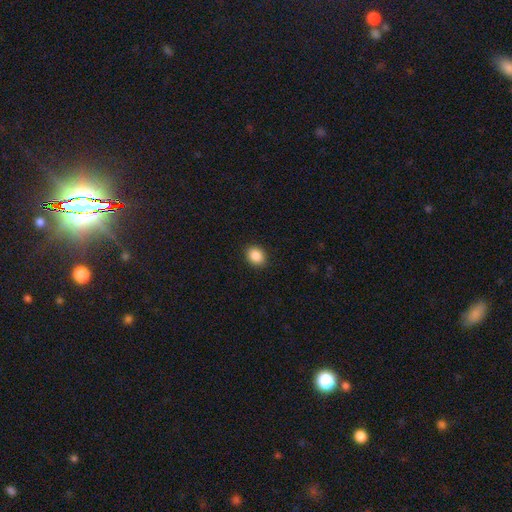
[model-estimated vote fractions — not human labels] Smooth or featured?
  - smooth: 88% *
  - star or artifact: 9%
  - featured or disk: 4%
How rounded?
  - round: 55% *
  - in between: 44%
  - cigar-shaped: 1%
Merging?
  - none: 91% *
  - minor disturbance: 6%
  - major disturbance: 2%
  - merger: 1%